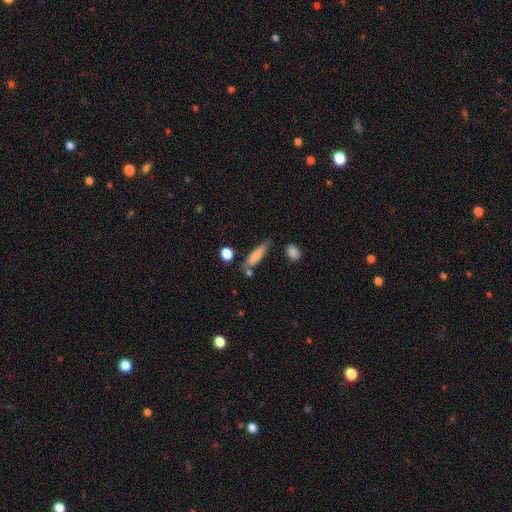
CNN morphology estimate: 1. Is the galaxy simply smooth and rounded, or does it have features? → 81% smooth, 13% featured or disk, 7% star or artifact.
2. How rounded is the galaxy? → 68% cigar-shaped, 29% in between, 2% round.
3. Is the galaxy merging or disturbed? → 68% none, 18% minor disturbance, 9% merger, 5% major disturbance.